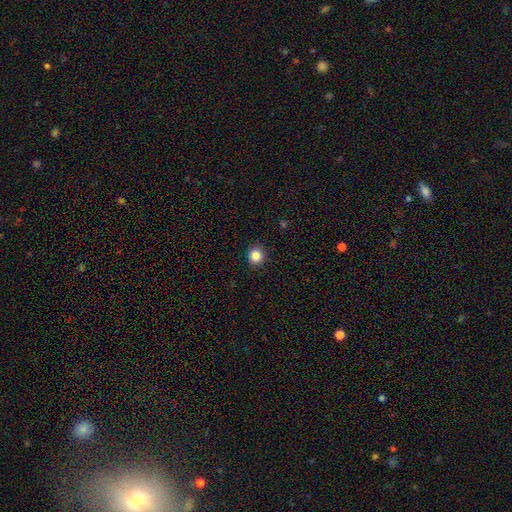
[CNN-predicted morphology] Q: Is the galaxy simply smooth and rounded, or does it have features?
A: smooth — 85%.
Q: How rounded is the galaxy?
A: round — 90%.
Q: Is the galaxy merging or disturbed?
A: none — 92%.